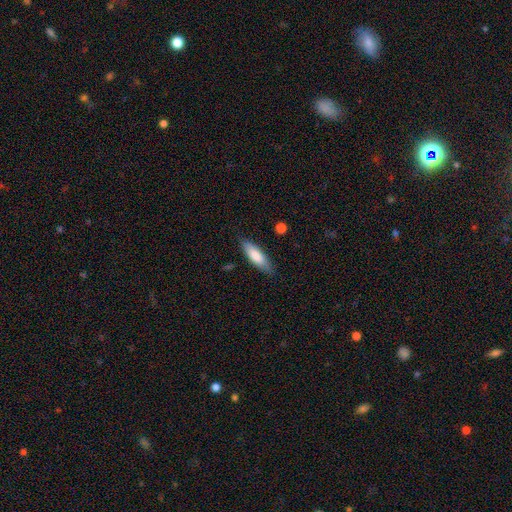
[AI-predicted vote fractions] Smooth or featured? Predicted: smooth (p=0.79). How rounded? Predicted: in between (p=0.53). Merging? Predicted: none (p=0.82).